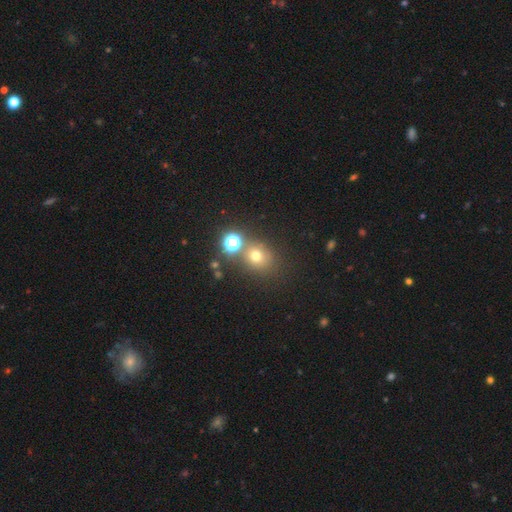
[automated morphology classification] This appears to be a smooth galaxy with no disk features (64%) that is round (77%). Merging: none (68%).